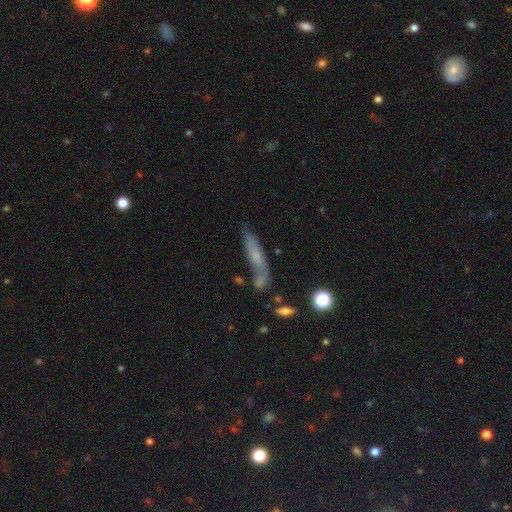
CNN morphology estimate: smooth 50%, featured or disk 40%, star or artifact 10%. Down the decision tree: merging — none (57%).